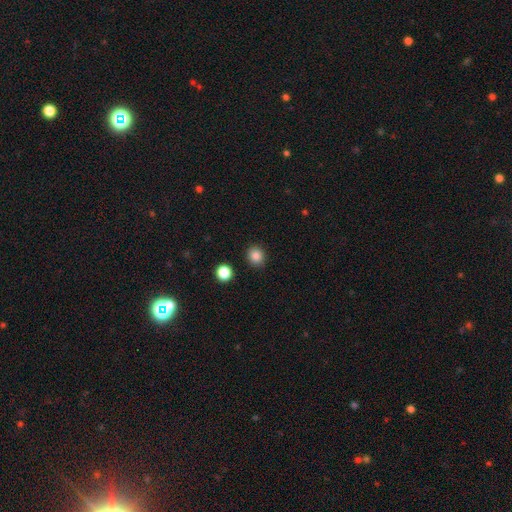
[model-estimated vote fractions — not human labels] smooth-or-featured: smooth: 85% | star or artifact: 11% | featured or disk: 4%
  how-rounded: round: 79% | in between: 20% | cigar-shaped: 1%
  merging: none: 90% | minor disturbance: 7% | major disturbance: 2% | merger: 2%